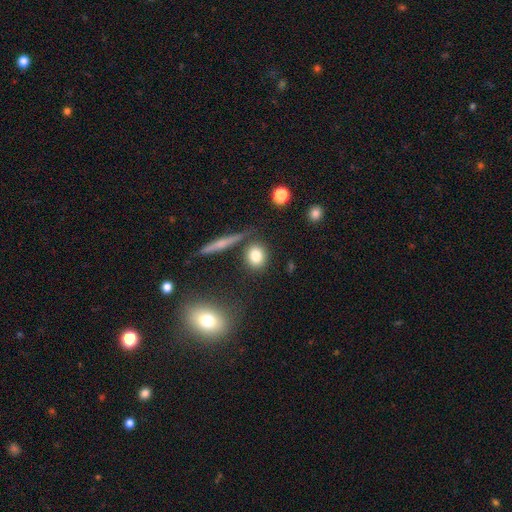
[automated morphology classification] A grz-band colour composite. It shows a smooth galaxy with no disk features (79%) that is round (65%). Merging: none (78%).